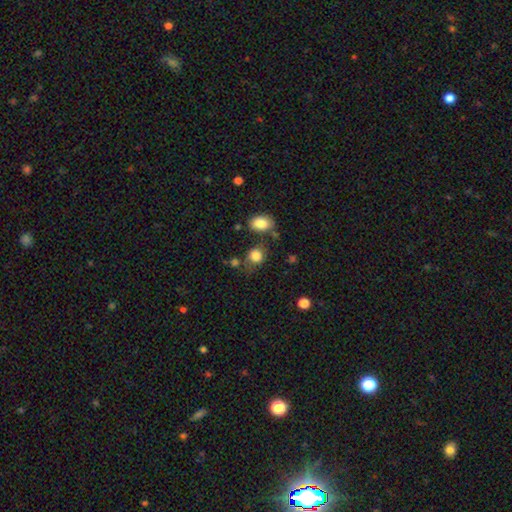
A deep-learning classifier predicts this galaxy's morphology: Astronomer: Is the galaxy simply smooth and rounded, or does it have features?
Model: smooth — 83%.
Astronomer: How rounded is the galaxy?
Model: round — 63%.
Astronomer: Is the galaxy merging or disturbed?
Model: none — 61%.